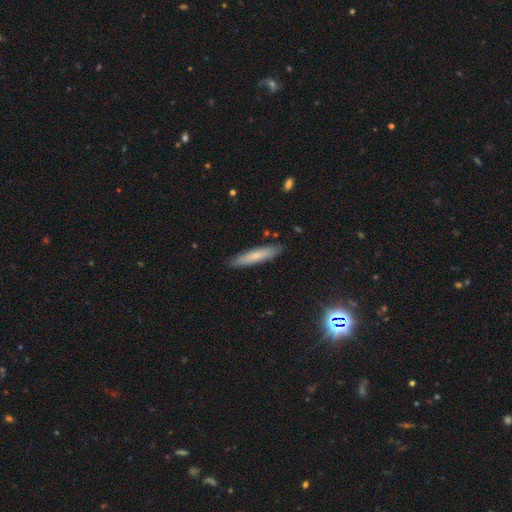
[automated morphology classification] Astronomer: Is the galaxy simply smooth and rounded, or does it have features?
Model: smooth — 67%.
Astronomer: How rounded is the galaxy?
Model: cigar-shaped — 88%.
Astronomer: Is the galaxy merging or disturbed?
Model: none — 88%.